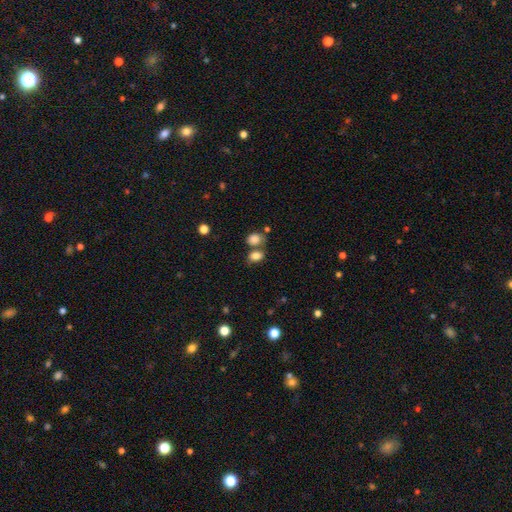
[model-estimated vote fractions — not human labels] A smooth galaxy with no disk features (83%) that is in between round and cigar-shaped (72%). Merging: none (46%).